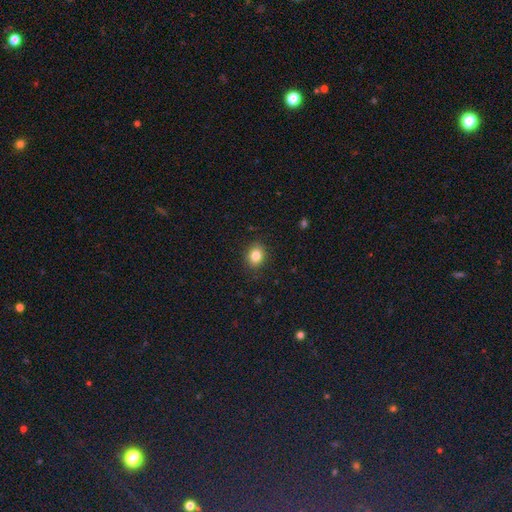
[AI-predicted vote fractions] This is clearly a smooth galaxy (83%). How rounded: possibly round (52%). Merging: clearly none (88%).